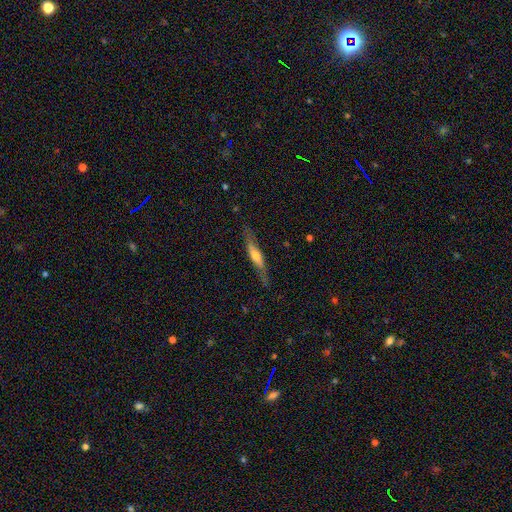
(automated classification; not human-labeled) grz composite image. It shows a featured or disk galaxy (56%) viewed edge-on (85%). Merging: none (77%).